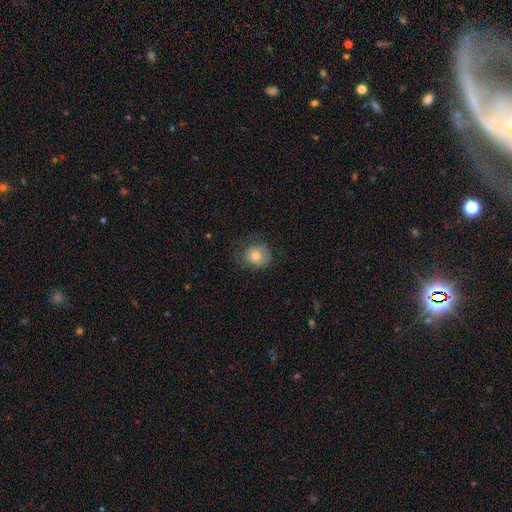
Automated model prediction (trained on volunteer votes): This appears to be a smooth galaxy with no disk features (77%) that is round (75%). Merging: none (66%).